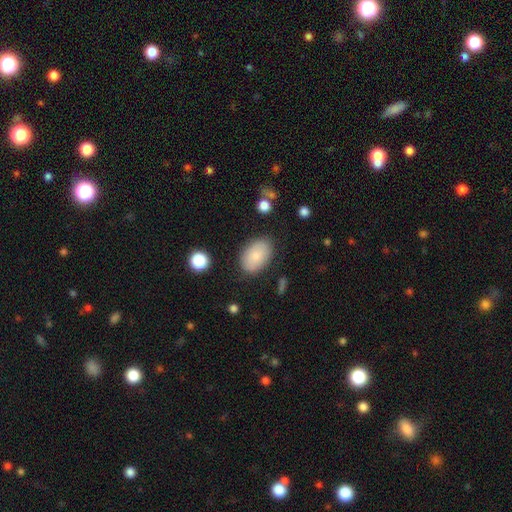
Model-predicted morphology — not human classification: Smooth or featured: smooth — 78% (featured or disk — 14%)
How rounded: in between — 88% (round — 11%)
Merging: none — 81% (minor disturbance — 13%)